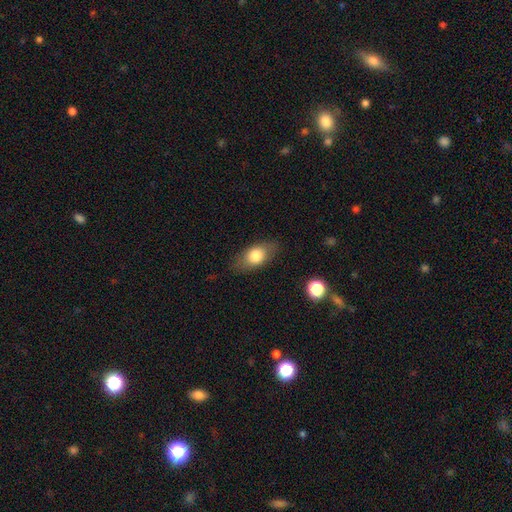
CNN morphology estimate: Smooth or featured? Predicted: smooth (p=0.74). How rounded? Predicted: in between (p=0.82). Merging? Predicted: none (p=0.80).